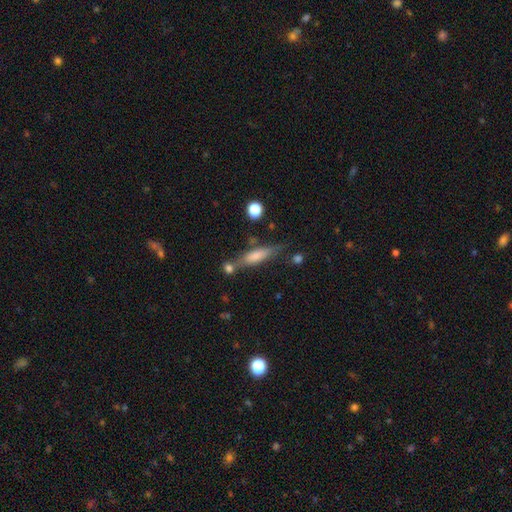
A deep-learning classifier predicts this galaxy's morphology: This appears to be a smooth galaxy with no disk features (48%). Merging: none (67%).